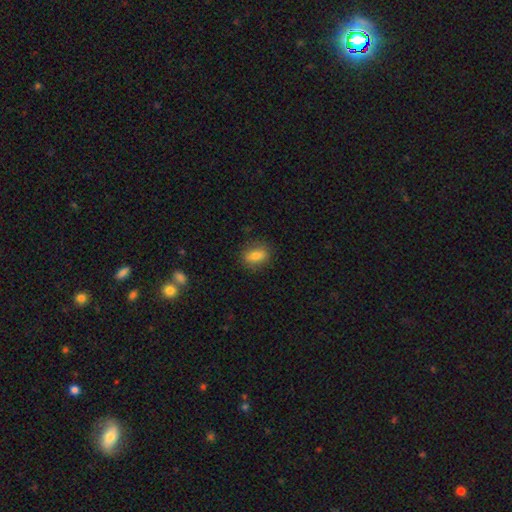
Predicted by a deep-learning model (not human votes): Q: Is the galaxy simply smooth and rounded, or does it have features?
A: smooth — 79%.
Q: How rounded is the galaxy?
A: in between — 72%.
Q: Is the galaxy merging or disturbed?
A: none — 84%.